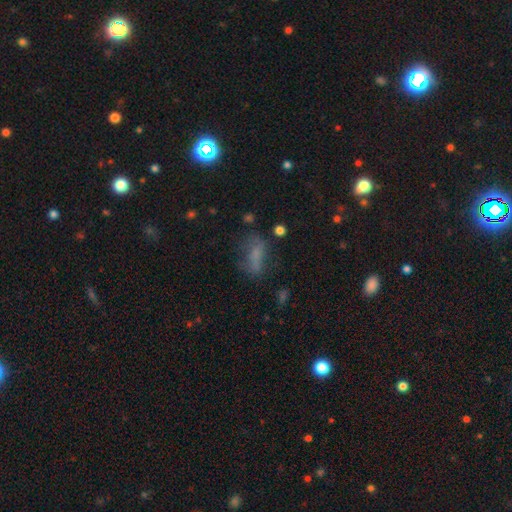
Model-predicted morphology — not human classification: This appears to be a smooth galaxy with no disk features (59%) that is in between round and cigar-shaped (69%). Merging: none (51%).